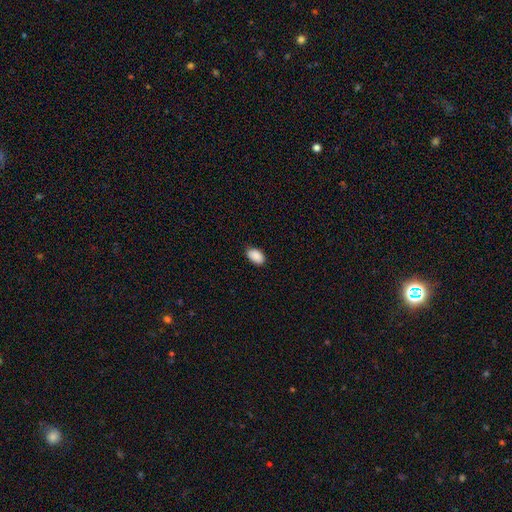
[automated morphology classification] This appears to be a smooth galaxy with no disk features (90%) that is in between round and cigar-shaped (92%). Merging: none (84%).